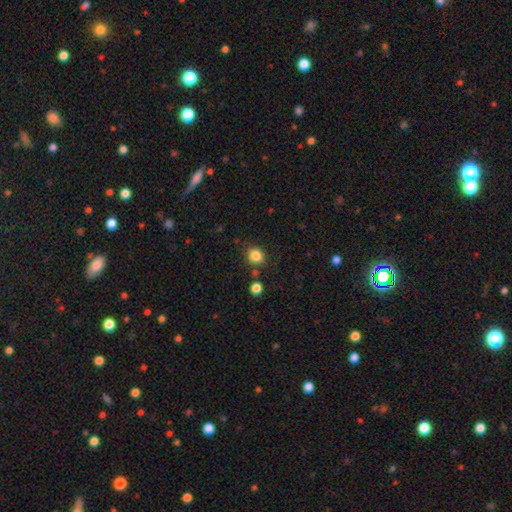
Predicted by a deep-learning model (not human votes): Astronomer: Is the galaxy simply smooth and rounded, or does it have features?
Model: smooth — 84%.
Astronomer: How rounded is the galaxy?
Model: round — 79%.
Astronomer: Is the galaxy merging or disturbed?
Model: none — 82%.